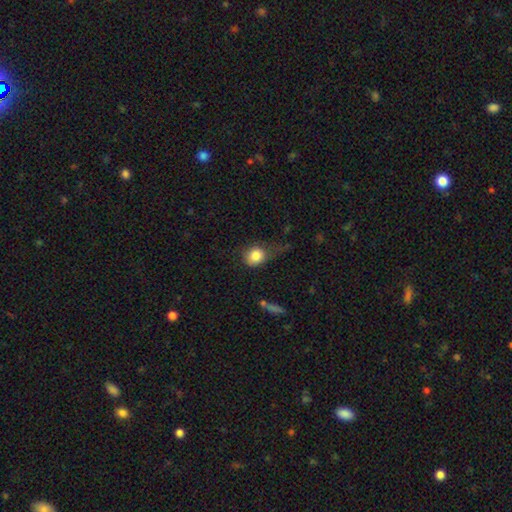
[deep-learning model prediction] This appears to be a smooth galaxy with no disk features (83%) that is round (67%). Merging: none (42%).